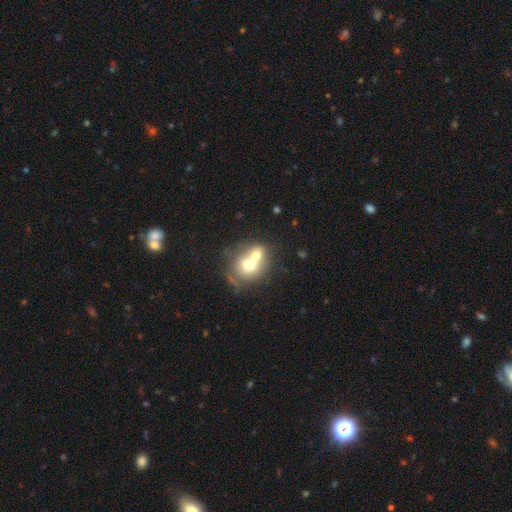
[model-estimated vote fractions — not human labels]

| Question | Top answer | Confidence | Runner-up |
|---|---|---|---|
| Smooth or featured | smooth | 64% | featured or disk (27%) |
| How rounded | round | 67% | in between (32%) |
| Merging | merger | 68% | none (22%) |